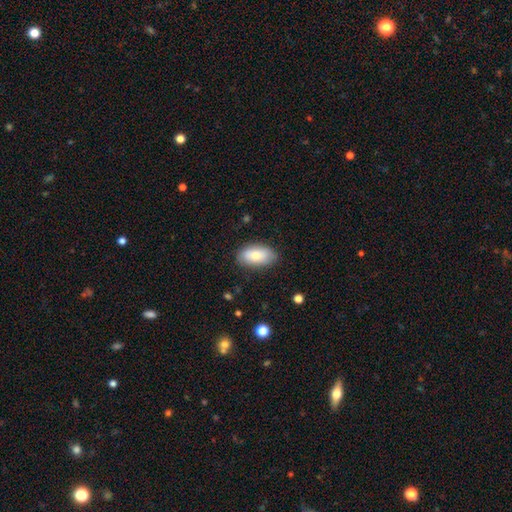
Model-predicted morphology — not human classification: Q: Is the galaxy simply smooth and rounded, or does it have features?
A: smooth — 76%.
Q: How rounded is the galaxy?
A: in between — 92%.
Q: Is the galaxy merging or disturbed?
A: none — 82%.